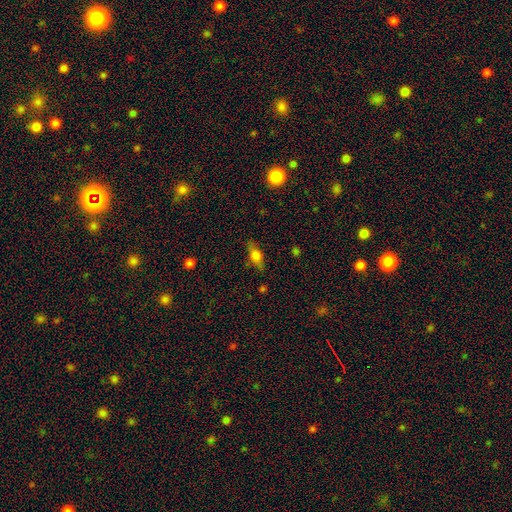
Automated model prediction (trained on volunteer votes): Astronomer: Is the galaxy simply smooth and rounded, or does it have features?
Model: smooth — 57% (runner-up: featured or disk, 33%).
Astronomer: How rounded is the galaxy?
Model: in between — 64%.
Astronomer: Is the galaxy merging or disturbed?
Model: none — 82%.